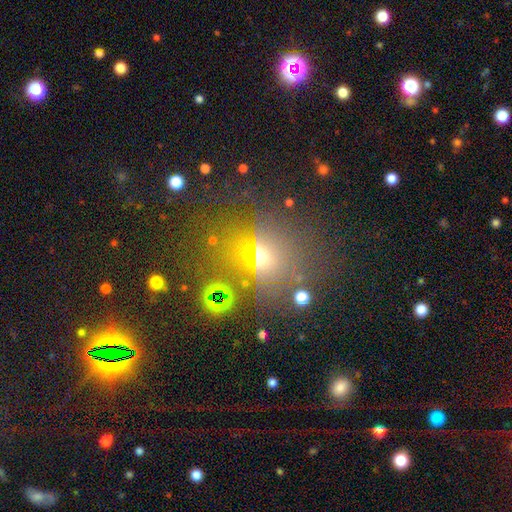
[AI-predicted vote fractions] Overall: smooth (41%, tied with star or artifact). Merging: none (69%).